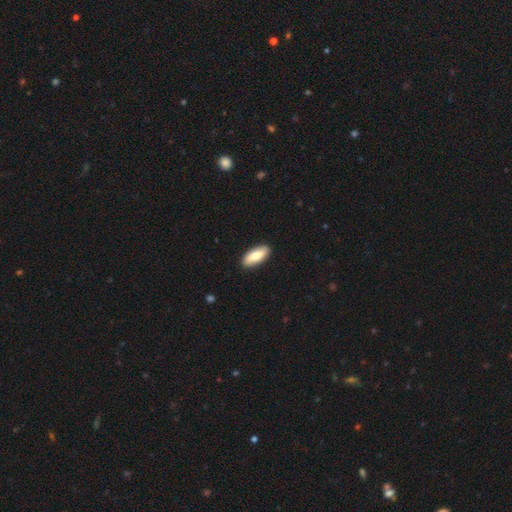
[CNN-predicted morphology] Smooth or featured? Predicted: smooth (p=0.77). How rounded? Predicted: in between (p=0.79). Merging? Predicted: none (p=0.90).